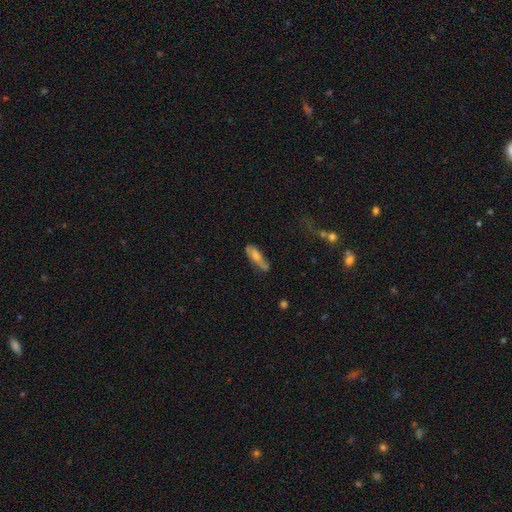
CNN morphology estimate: The model was most divided on "smooth or featured": smooth: 46%, featured or disk: 44%, star or artifact: 10%. More confident: merging — none (54%).